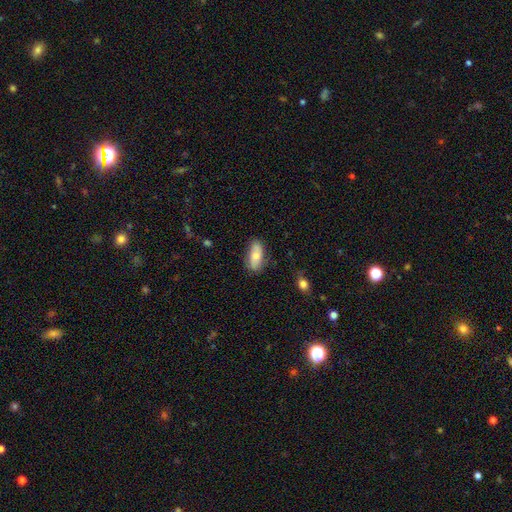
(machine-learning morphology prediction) smooth-or-featured: smooth: 75% | featured or disk: 18% | star or artifact: 6%
  how-rounded: in between: 85% | cigar-shaped: 13% | round: 3%
  merging: none: 77% | minor disturbance: 17% | major disturbance: 4% | merger: 2%